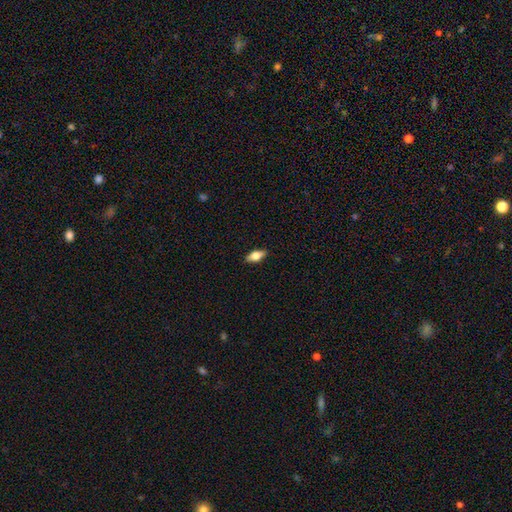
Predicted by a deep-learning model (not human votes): This is likely a smooth galaxy (68%). How rounded: clearly in between (81%). Merging: clearly none (89%).